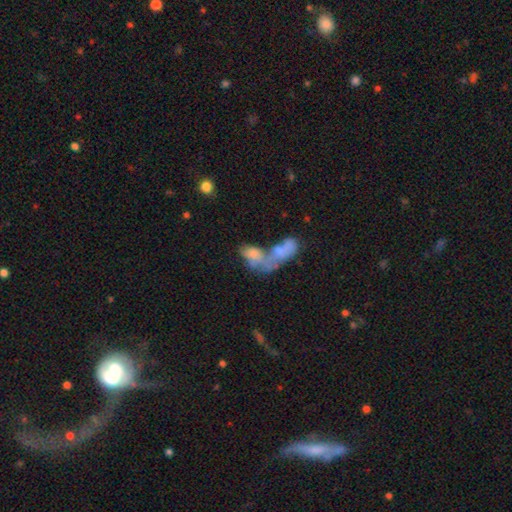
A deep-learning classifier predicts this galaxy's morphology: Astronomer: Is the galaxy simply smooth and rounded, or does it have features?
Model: smooth — 59%.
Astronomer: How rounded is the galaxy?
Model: in between — 83%.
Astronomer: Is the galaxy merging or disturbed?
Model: merger — 68%.